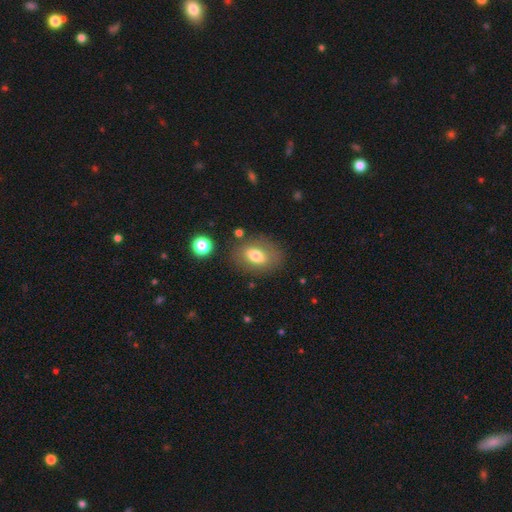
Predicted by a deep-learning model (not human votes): Q: Smooth or featured?
A: smooth (71%); runner-up: featured or disk (21%)
Q: How rounded?
A: in between (81%); runner-up: round (17%)
Q: Merging?
A: none (76%); runner-up: minor disturbance (14%)